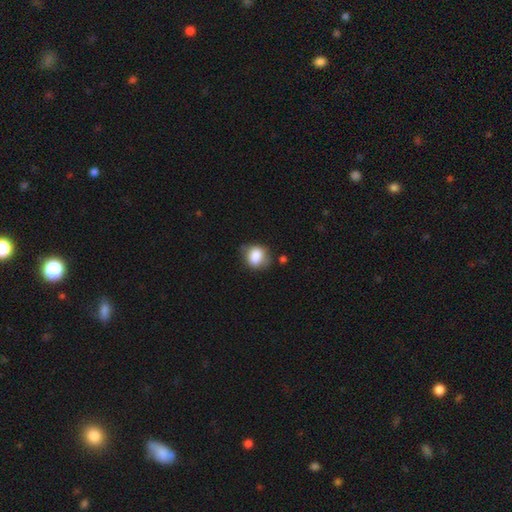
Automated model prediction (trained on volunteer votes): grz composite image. It shows a smooth galaxy with no disk features (82%) that is round (57%). Merging: none (58%).